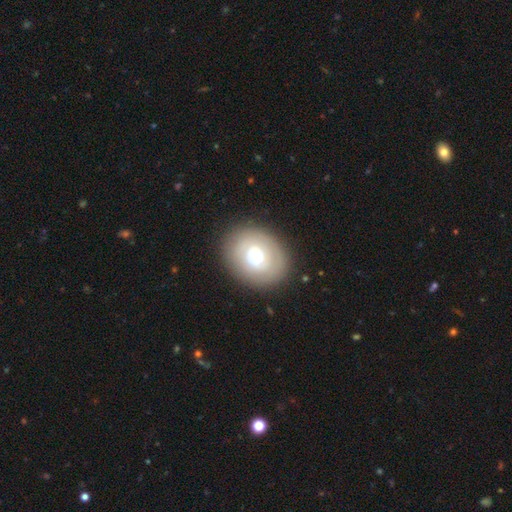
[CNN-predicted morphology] This appears to be a smooth galaxy with no disk features (55%) that is round (51%). Merging: none (83%).